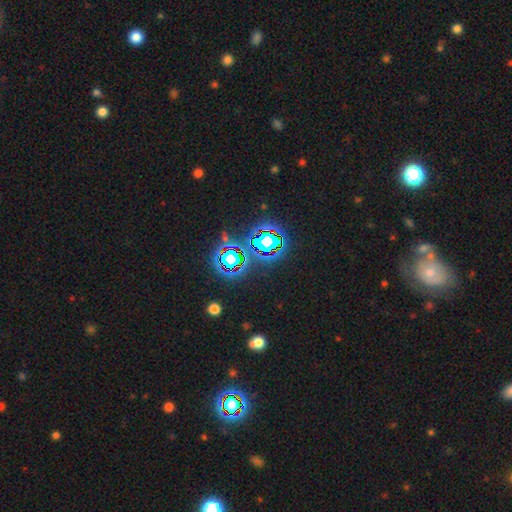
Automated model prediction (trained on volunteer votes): The model was most divided on "smooth or featured": star or artifact: 79%, smooth: 12%, featured or disk: 9%.